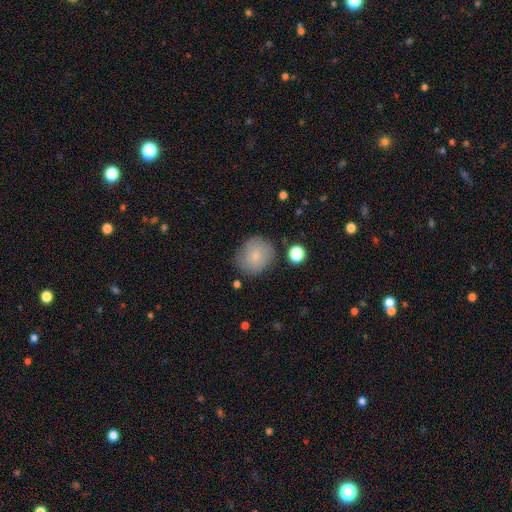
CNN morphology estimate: Smooth or featured: smooth — 78% (featured or disk — 13%)
How rounded: round — 81% (in between — 18%)
Merging: none — 76% (minor disturbance — 17%)